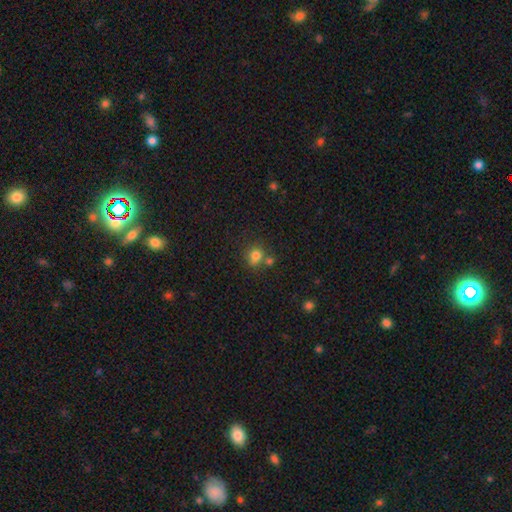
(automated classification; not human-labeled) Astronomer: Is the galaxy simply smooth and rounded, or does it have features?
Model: smooth — 77%.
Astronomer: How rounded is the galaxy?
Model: round — 80%.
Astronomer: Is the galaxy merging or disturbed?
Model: none — 58%.